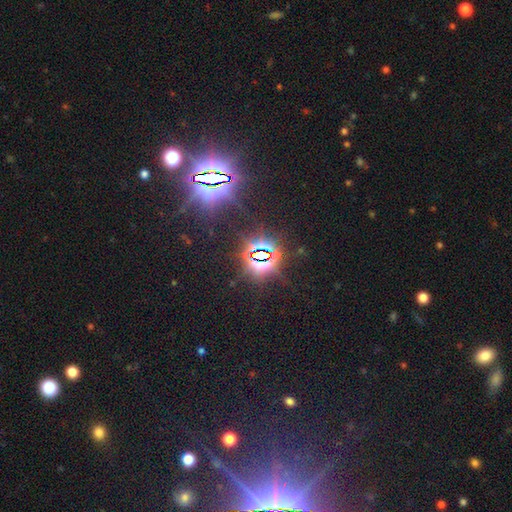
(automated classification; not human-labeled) smooth_or_featured: star or artifact (p=0.84) [alt: smooth p=0.08]